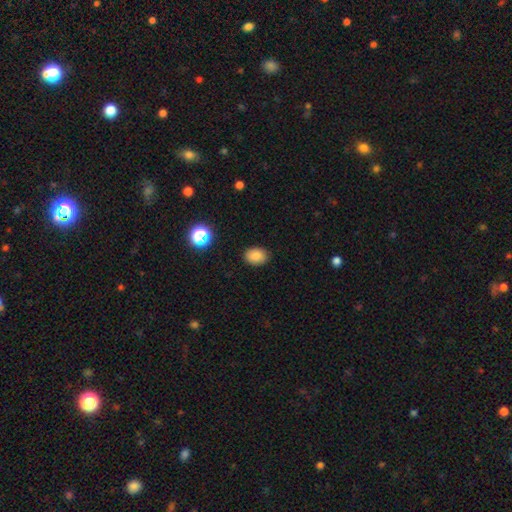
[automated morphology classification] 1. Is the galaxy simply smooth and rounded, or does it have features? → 83% smooth, 11% star or artifact, 6% featured or disk.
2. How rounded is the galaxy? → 71% in between, 28% round, 1% cigar-shaped.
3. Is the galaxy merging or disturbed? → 88% none, 9% minor disturbance, 2% major disturbance, 1% merger.